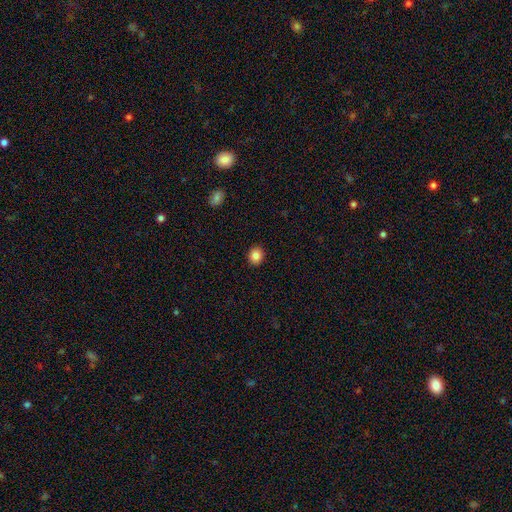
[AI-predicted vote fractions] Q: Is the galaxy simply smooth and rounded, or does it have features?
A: smooth — 85%.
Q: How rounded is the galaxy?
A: round — 75%.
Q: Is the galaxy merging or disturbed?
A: none — 92%.